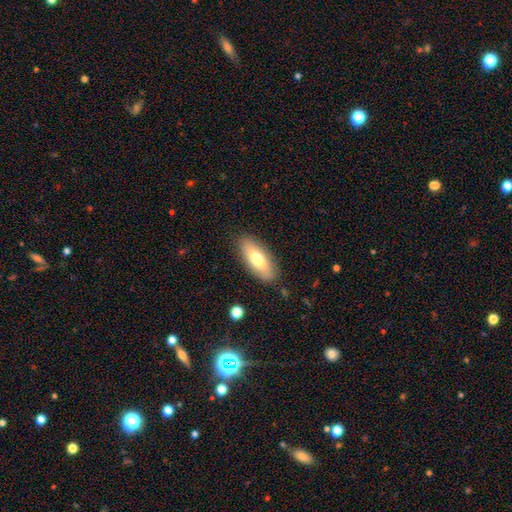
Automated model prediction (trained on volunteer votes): Smooth or featured? Predicted: smooth (p=0.72). How rounded? Predicted: in between (p=0.80). Merging? Predicted: none (p=0.86).